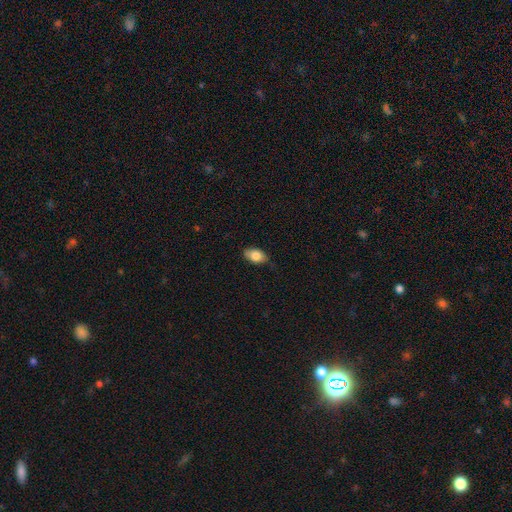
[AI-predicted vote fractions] Smooth or featured? Predicted: smooth (p=0.81). How rounded? Predicted: in between (p=0.88). Merging? Predicted: none (p=0.73).